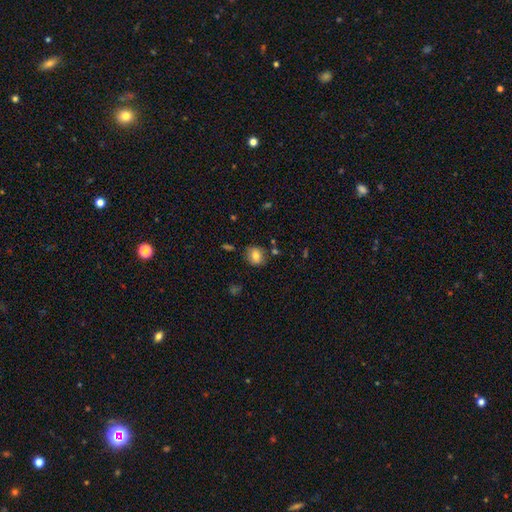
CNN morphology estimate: A smooth galaxy with no disk features (79%) that is round (70%).

Vote fractions:
- Smooth or featured? smooth: 79% / featured or disk: 11% / star or artifact: 10%
- How rounded? round: 70% / in between: 29% / cigar-shaped: 1%
- Merging? none: 80% / minor disturbance: 13% / merger: 4% / major disturbance: 3%